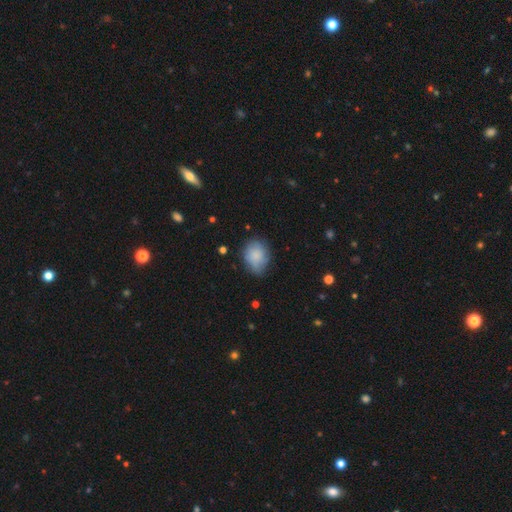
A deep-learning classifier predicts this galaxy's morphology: Smooth or featured? Predicted: smooth (p=0.83). How rounded? Predicted: in between (p=0.57). Merging? Predicted: none (p=0.64).